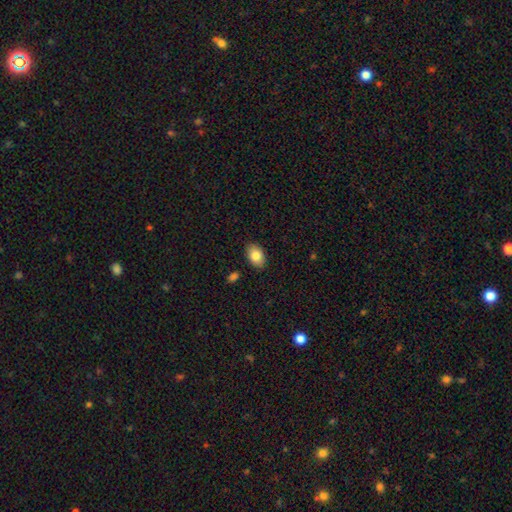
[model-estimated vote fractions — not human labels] smooth_or_featured: smooth (p=0.83) [alt: featured or disk p=0.10]
how_rounded: in between (p=0.85) [alt: round p=0.14]
merging: none (p=0.87) [alt: minor disturbance p=0.09]